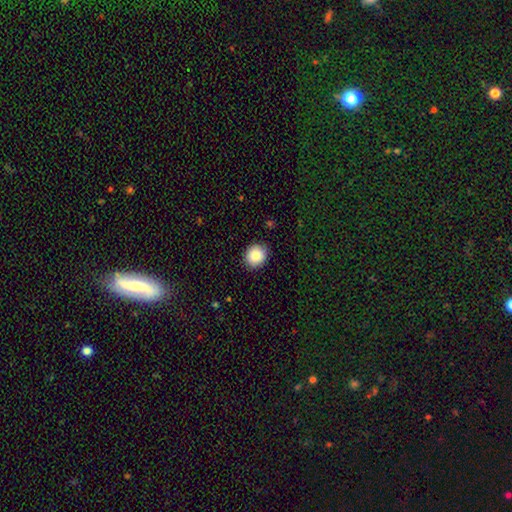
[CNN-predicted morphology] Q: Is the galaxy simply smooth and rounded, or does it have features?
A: smooth — 87%.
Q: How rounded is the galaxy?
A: round — 72%.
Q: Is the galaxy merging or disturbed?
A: none — 89%.